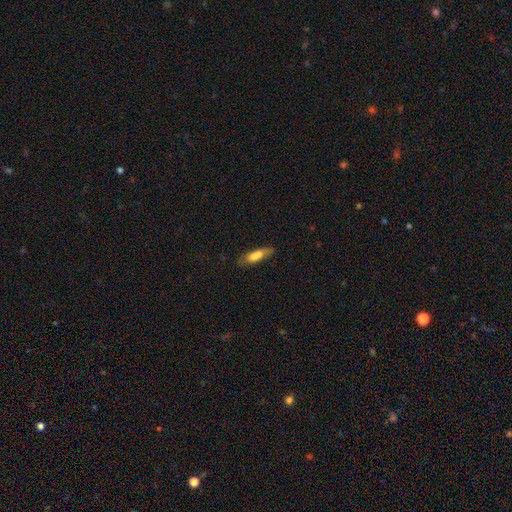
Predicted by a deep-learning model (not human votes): The model was most divided on "how rounded": cigar-shaped: 59%, in between: 38%, round: 3%. More confident: smooth or featured — smooth (67%); merging — none (56%).